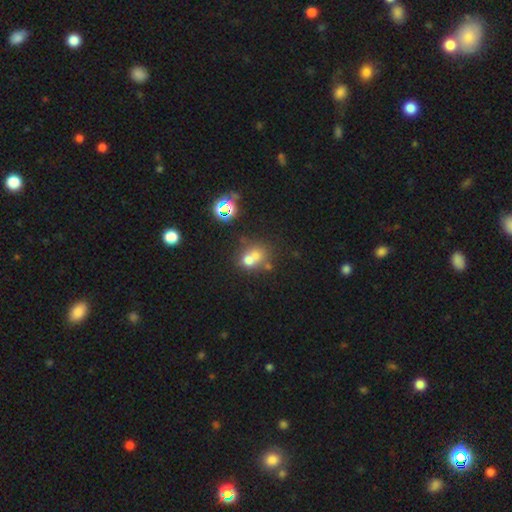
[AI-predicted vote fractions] smooth 59%, star or artifact 21%, featured or disk 20%. Down the decision tree: how rounded — round (71%); merging — merger (54%).